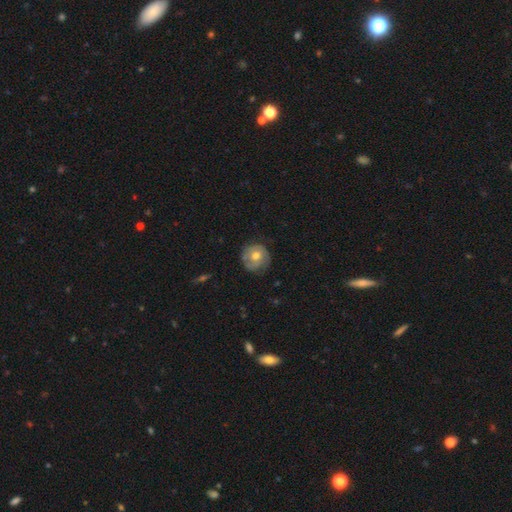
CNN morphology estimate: type=featured or disk (48%); merging=none (74%).